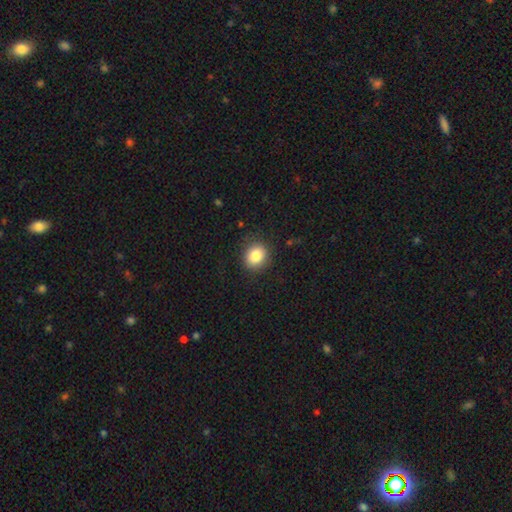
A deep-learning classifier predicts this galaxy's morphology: Smooth or featured? smooth (84%)
How rounded? round (76%)
Merging? none (88%)